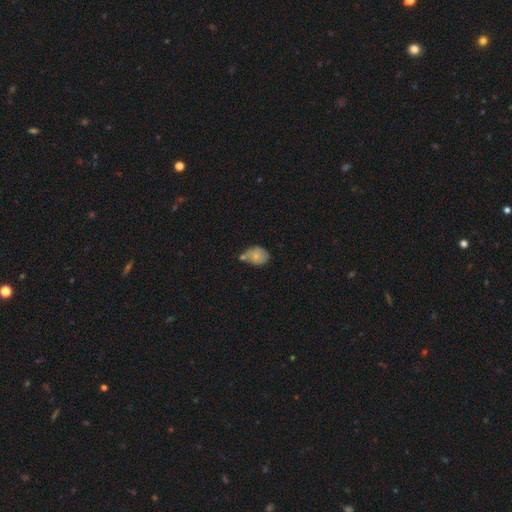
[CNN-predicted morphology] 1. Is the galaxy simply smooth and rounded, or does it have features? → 71% smooth, 21% featured or disk, 8% star or artifact.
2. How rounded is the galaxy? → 53% in between, 45% round, 1% cigar-shaped.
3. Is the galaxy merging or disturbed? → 41% none, 27% merger, 25% minor disturbance, 7% major disturbance.